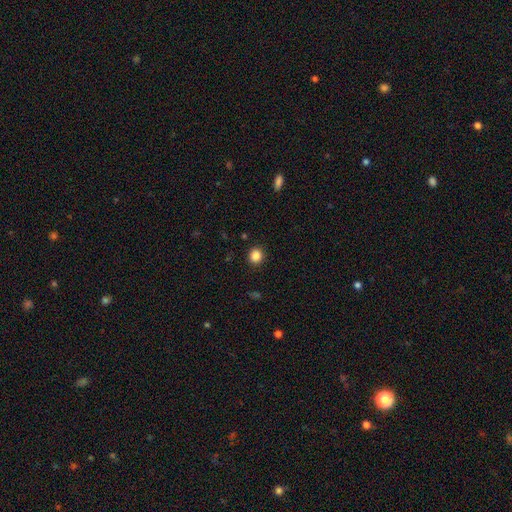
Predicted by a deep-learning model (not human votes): Smooth or featured: smooth — 86% (star or artifact — 10%)
How rounded: round — 84% (in between — 15%)
Merging: none — 91% (minor disturbance — 6%)